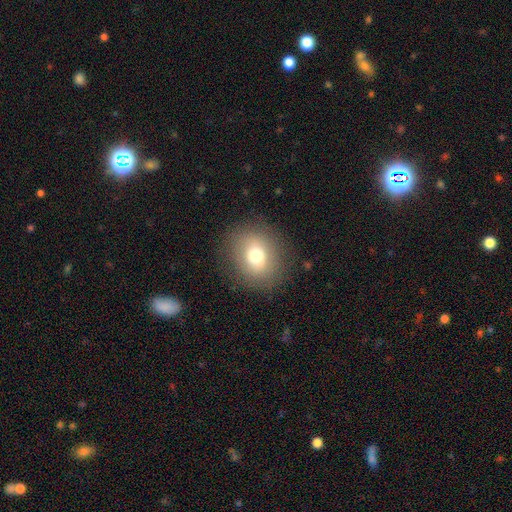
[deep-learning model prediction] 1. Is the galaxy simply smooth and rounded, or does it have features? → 72% smooth, 16% featured or disk, 12% star or artifact.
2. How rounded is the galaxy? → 70% round, 29% in between, 1% cigar-shaped.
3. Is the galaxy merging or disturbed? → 84% none, 10% minor disturbance, 5% major disturbance, 1% merger.